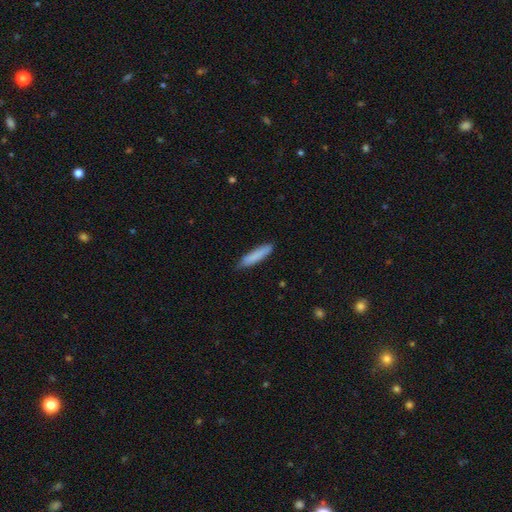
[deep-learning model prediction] A smooth galaxy with no disk features (84%) that is cigar-shaped (85%).

Vote fractions:
- Smooth or featured? smooth: 84% / featured or disk: 10% / star or artifact: 6%
- How rounded? cigar-shaped: 85% / in between: 14% / round: 1%
- Merging? none: 82% / minor disturbance: 15% / major disturbance: 2% / merger: 1%